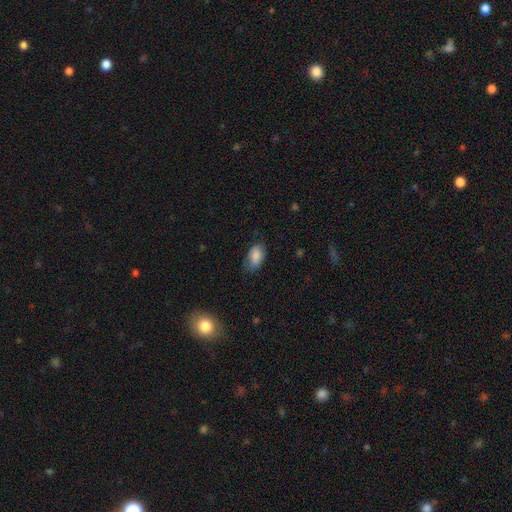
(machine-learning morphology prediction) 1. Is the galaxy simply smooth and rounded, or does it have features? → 84% smooth, 9% featured or disk, 7% star or artifact.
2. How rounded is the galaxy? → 92% in between, 6% round, 2% cigar-shaped.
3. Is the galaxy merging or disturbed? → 65% none, 27% minor disturbance, 6% major disturbance, 1% merger.